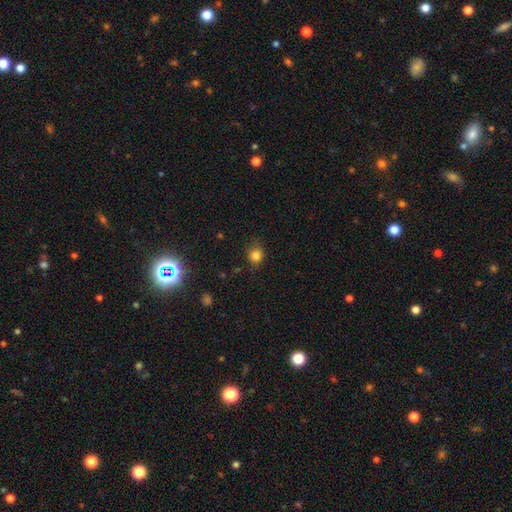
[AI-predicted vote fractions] A smooth galaxy with no disk features (81%) that is round (75%).

Vote fractions:
- Smooth or featured? smooth: 81% / star or artifact: 14% / featured or disk: 6%
- How rounded? round: 75% / in between: 24% / cigar-shaped: 1%
- Merging? none: 73% / minor disturbance: 20% / major disturbance: 5% / merger: 2%